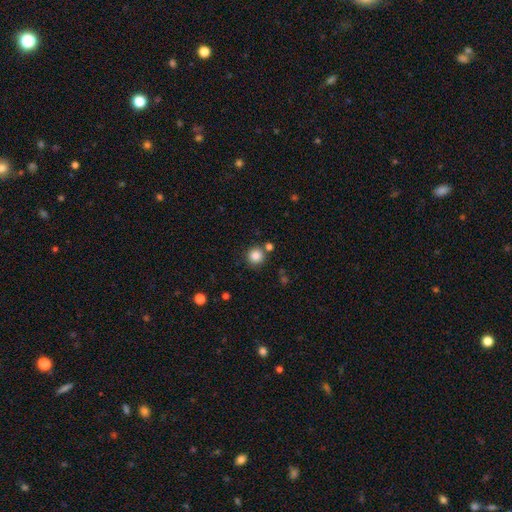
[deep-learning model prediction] This appears to be a smooth galaxy with no disk features (85%) that is round (95%). Merging: none (82%).